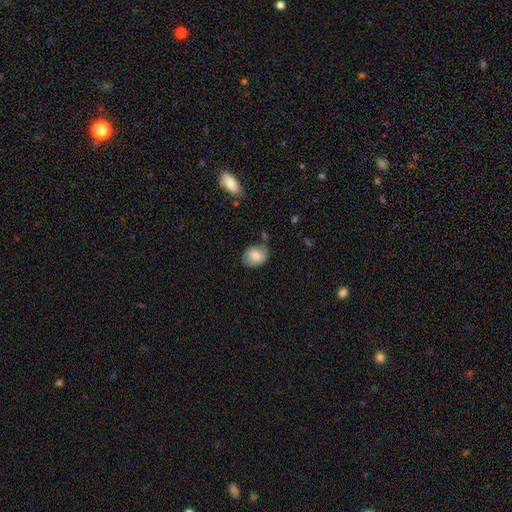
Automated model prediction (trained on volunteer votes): Morphology: type=smooth (74%); roundness=in between (56%); merging=none (62%).